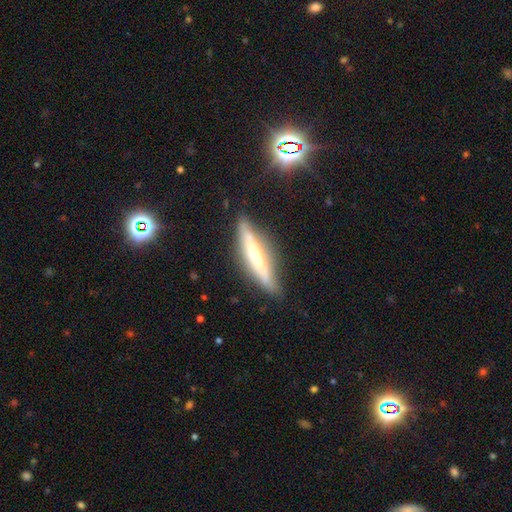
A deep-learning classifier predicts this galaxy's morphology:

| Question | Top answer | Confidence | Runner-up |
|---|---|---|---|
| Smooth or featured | featured or disk | 60% | smooth (32%) |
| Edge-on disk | yes | 87% | no (13%) |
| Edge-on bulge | rounded | 51% | none (31%) |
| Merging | none | 79% | minor disturbance (15%) |